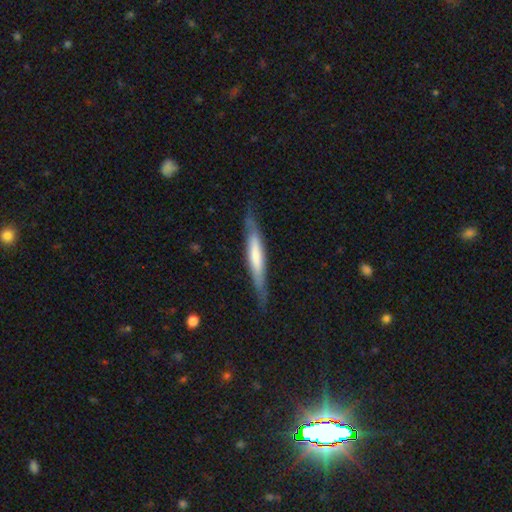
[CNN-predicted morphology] Overall: smooth (49%; featured or disk 46%). Merging: none (78%).